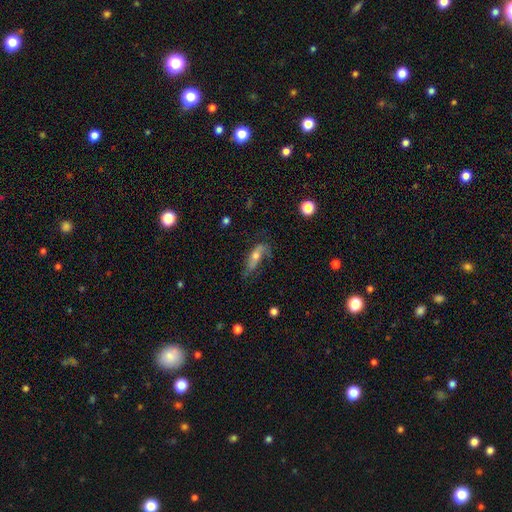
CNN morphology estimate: A smooth galaxy with no disk features (47%). Merging: none (44%).